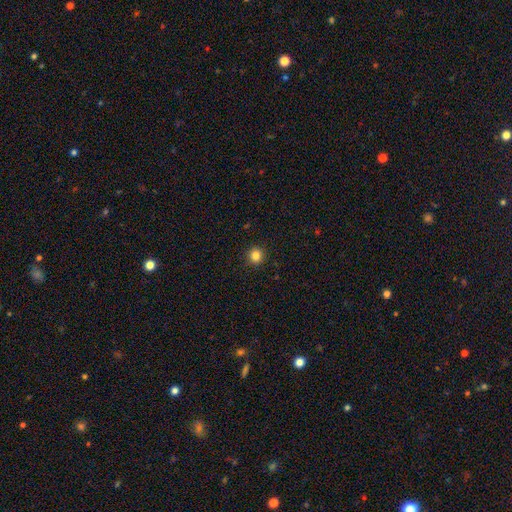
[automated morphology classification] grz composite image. It shows a smooth galaxy with no disk features (83%) that is round (92%). Merging: none (92%).